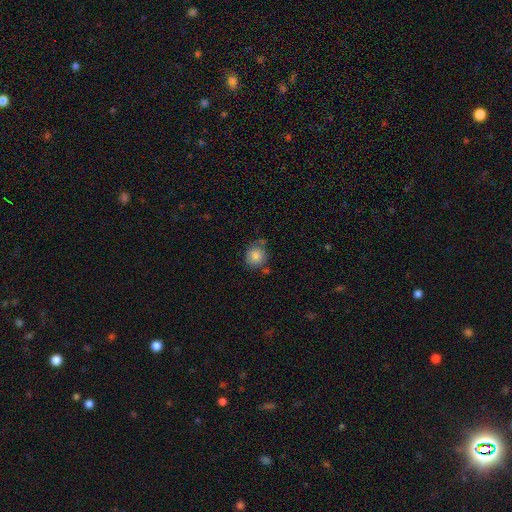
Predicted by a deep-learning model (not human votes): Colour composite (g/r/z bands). It shows a smooth galaxy with no disk features (83%) that is round (88%). Merging: none (67%).